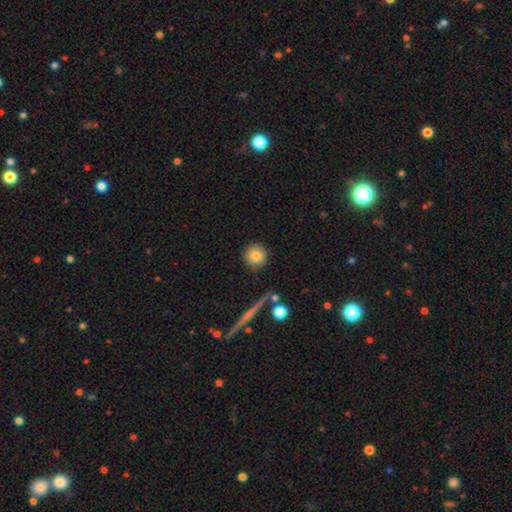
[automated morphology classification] smooth 82%, featured or disk 9%, star or artifact 9%. Down the decision tree: how rounded — round (93%); merging — none (87%).